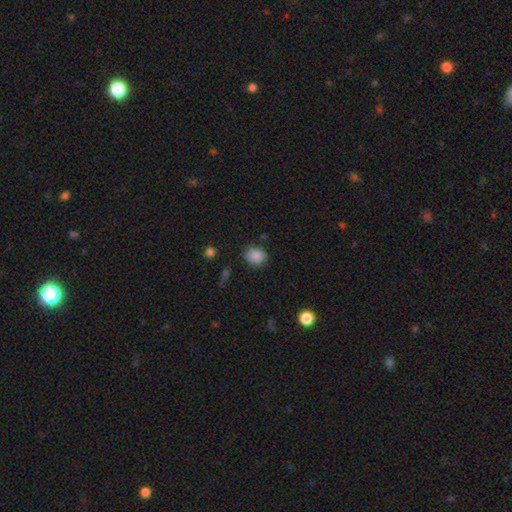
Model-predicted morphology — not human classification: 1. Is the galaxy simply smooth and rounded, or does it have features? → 86% smooth, 9% star or artifact, 5% featured or disk.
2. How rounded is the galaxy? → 69% round, 30% in between, 1% cigar-shaped.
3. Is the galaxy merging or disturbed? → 80% none, 15% minor disturbance, 3% major disturbance, 2% merger.